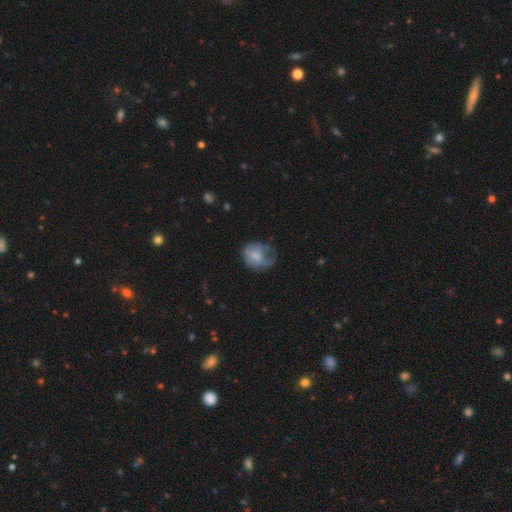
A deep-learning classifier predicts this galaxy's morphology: Smooth or featured: smooth — 57% (featured or disk — 34%)
How rounded: round — 55% (in between — 44%)
Merging: none — 36% (major disturbance — 31%)